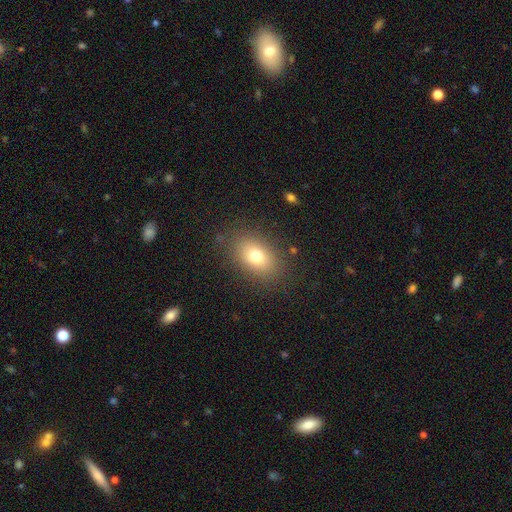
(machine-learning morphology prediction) Smooth or featured: smooth — 74% (featured or disk — 13%)
How rounded: in between — 79% (round — 19%)
Merging: none — 87% (minor disturbance — 8%)